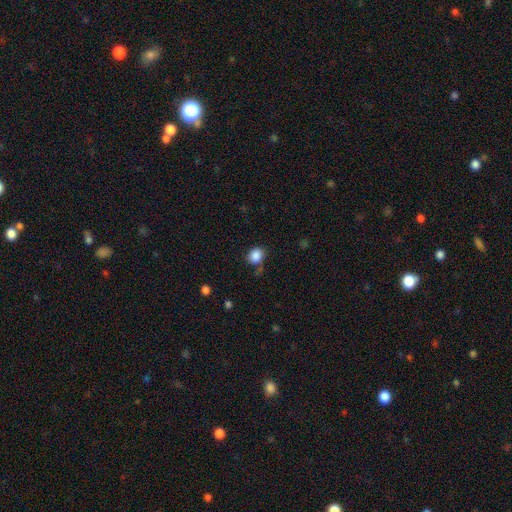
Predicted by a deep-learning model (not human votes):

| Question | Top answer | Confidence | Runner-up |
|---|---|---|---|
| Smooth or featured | smooth | 86% | star or artifact (9%) |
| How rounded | round | 64% | in between (35%) |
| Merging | none | 64% | minor disturbance (23%) |